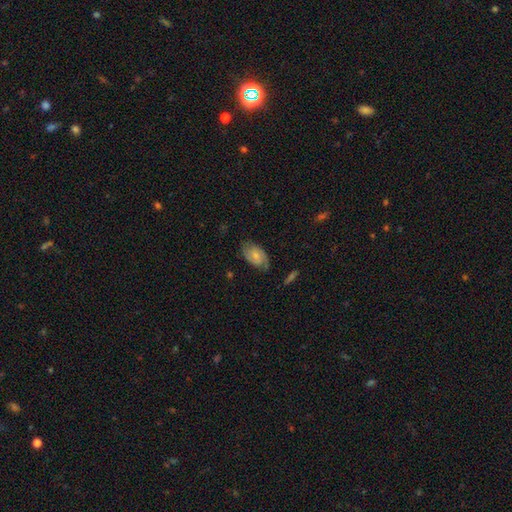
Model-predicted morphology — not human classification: Smooth or featured?
  - featured or disk: 55% *
  - smooth: 38%
  - star or artifact: 7%
Edge-on disk?
  - no: 95% *
  - yes: 5%
Bar?
  - weak: 46% *
  - no: 44%
  - strong: 10%
Spiral arms?
  - yes: 88% *
  - no: 12%
Bulge size?
  - small: 52% *
  - moderate: 35%
  - none: 8%
  - large: 3%
  - dominant: 1%
Merging?
  - none: 75% *
  - minor disturbance: 19%
  - major disturbance: 5%
  - merger: 1%